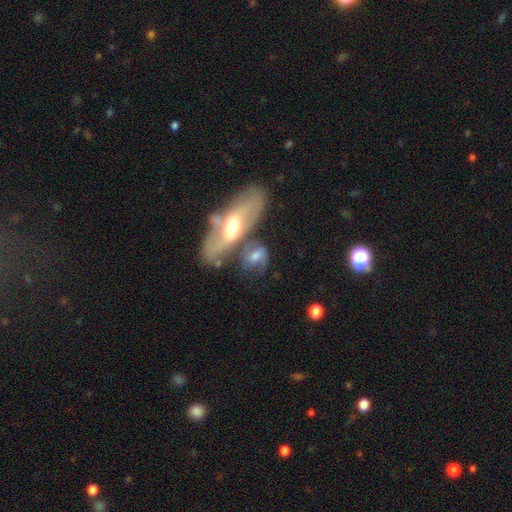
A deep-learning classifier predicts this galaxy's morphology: Q: Smooth or featured?
A: featured or disk (53%); runner-up: smooth (40%)
Q: Edge-on disk?
A: no (82%); runner-up: yes (18%)
Q: Merging?
A: none (38%); runner-up: merger (35%)